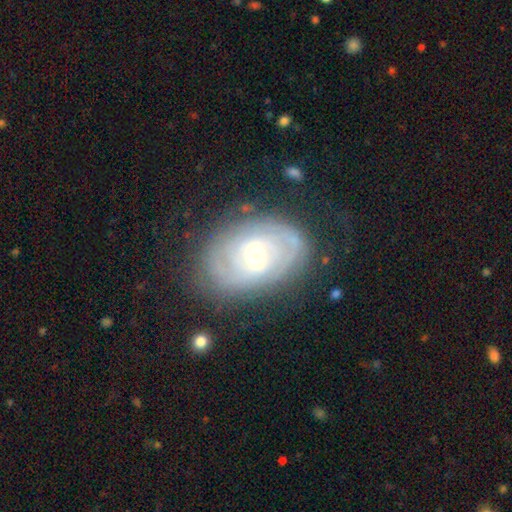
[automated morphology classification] type=featured or disk (80%); edge-on=no (95%); bar=weak (45%); spiral arms=yes (86%); winding=tight (72%); arm count=can't tell (43%); bulge=moderate (70%); merging=none (76%).